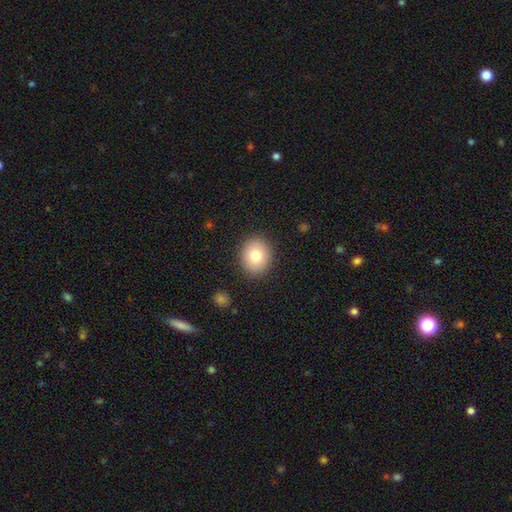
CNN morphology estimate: This is likely a smooth galaxy (79%). How rounded: likely round (75%). Merging: clearly none (89%).